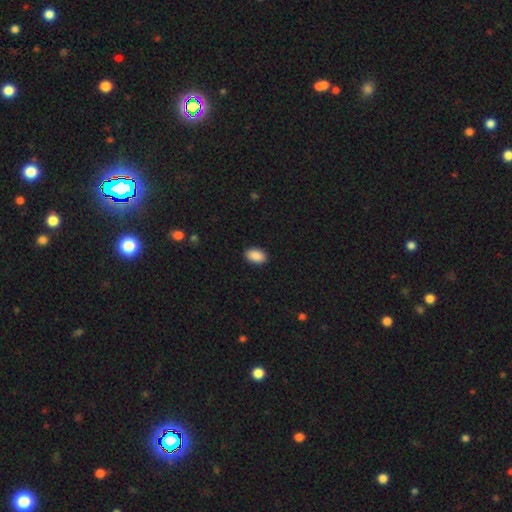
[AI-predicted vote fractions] smooth 90%, star or artifact 7%, featured or disk 3%. Down the decision tree: how rounded — in between (93%); merging — none (90%).